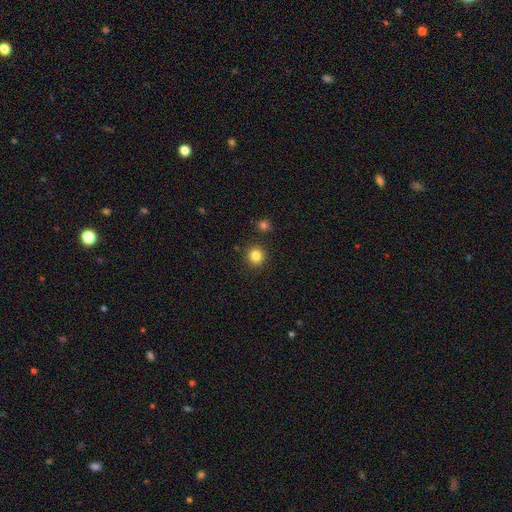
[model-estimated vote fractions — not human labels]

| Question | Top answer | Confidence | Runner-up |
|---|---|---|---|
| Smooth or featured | smooth | 83% | star or artifact (12%) |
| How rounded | round | 92% | in between (7%) |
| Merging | none | 89% | minor disturbance (6%) |